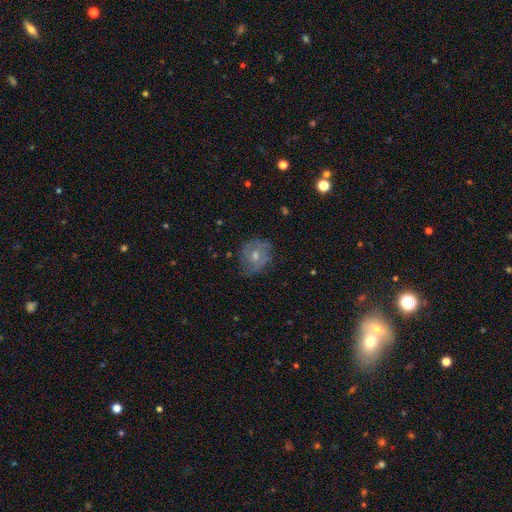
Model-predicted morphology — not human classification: Smooth or featured: featured or disk — 59% (smooth — 25%)
Edge-on disk: no — 96% (yes — 4%)
Bar: no — 68% (weak — 27%)
Spiral arms: yes — 76% (no — 24%)
Bulge size: moderate — 57% (small — 38%)
Merging: none — 72% (minor disturbance — 19%)